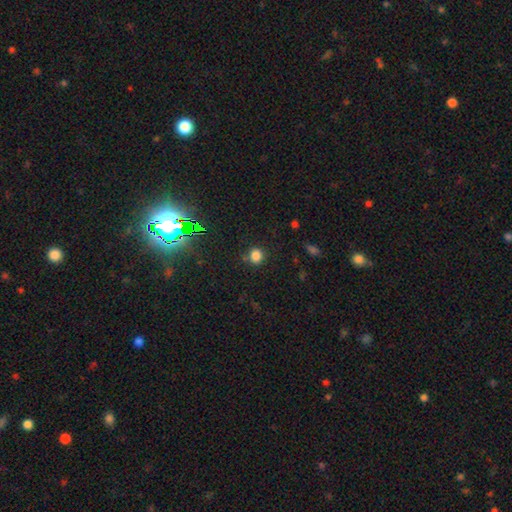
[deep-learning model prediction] smooth_or_featured: smooth (p=0.78) [alt: star or artifact p=0.17]
how_rounded: round (p=0.82) [alt: in between p=0.17]
merging: none (p=0.80) [alt: minor disturbance p=0.12]